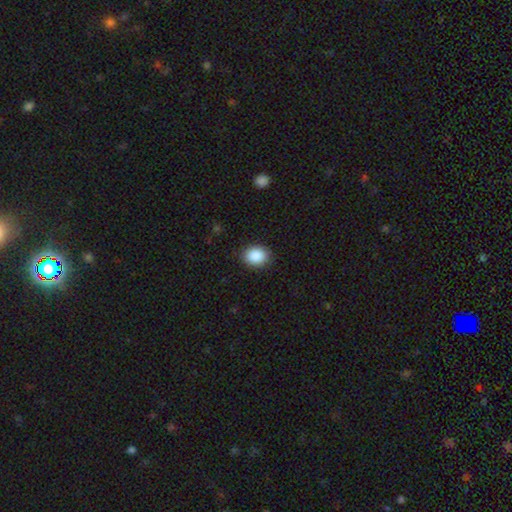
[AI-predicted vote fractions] A smooth galaxy with no disk features (88%) that is round (54%).

Vote fractions:
- Smooth or featured? smooth: 88% / star or artifact: 8% / featured or disk: 4%
- How rounded? round: 54% / in between: 45% / cigar-shaped: 1%
- Merging? none: 89% / minor disturbance: 8% / major disturbance: 2% / merger: 1%